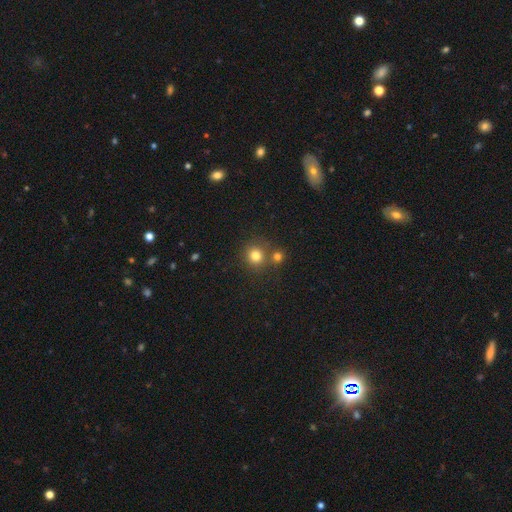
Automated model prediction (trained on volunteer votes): smooth_or_featured: smooth (p=0.79) [alt: star or artifact p=0.14]
how_rounded: round (p=0.89) [alt: in between p=0.10]
merging: none (p=0.66) [alt: merger p=0.23]